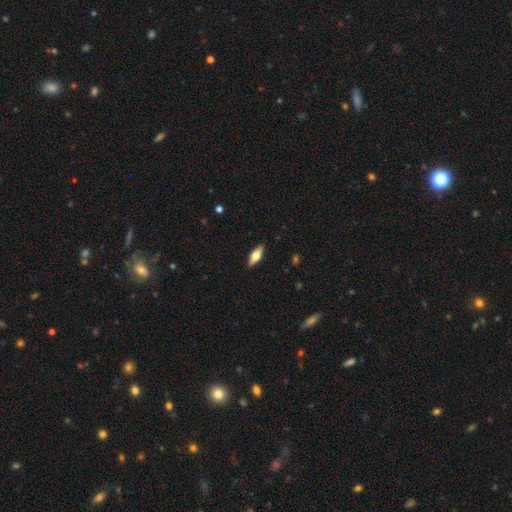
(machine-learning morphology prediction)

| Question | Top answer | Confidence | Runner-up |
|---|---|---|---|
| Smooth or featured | smooth | 51% | featured or disk (42%) |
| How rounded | in between | 67% | cigar-shaped (30%) |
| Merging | none | 89% | minor disturbance (8%) |